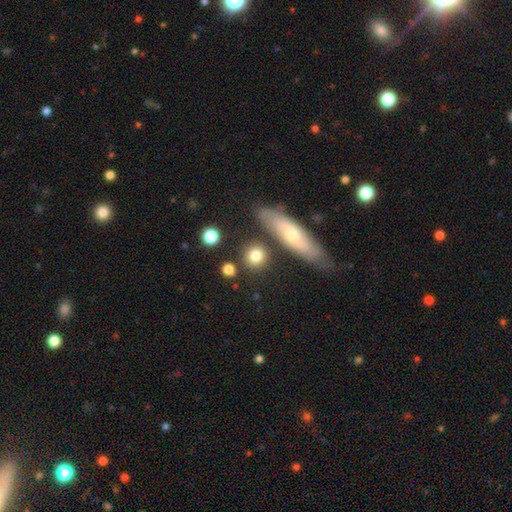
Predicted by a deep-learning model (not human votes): A smooth galaxy with no disk features (81%) that is round (83%).

Vote fractions:
- Smooth or featured? smooth: 81% / featured or disk: 11% / star or artifact: 8%
- How rounded? round: 83% / in between: 13% / cigar-shaped: 4%
- Merging? none: 78% / minor disturbance: 9% / merger: 9% / major disturbance: 3%